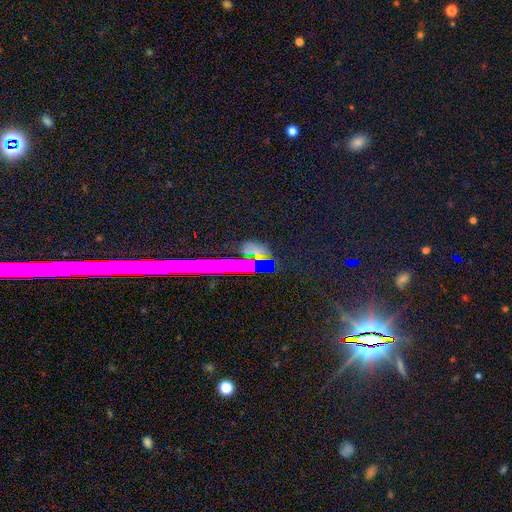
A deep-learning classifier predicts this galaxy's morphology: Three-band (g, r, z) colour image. It shows a star or artifact, not a galaxy (58%).